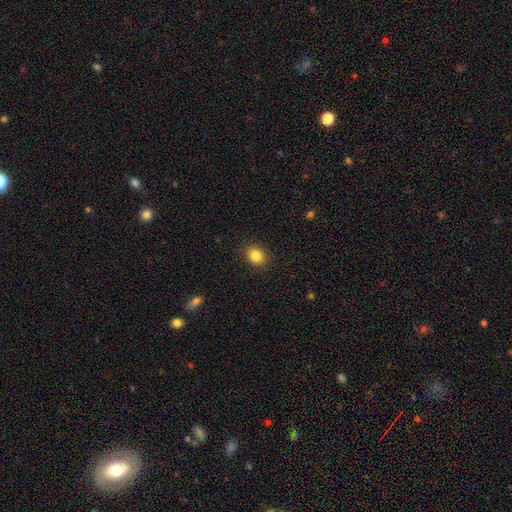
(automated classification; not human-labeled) Overall: smooth (85%). How rounded: round (53%; in between 46%). Merging: none (90%).